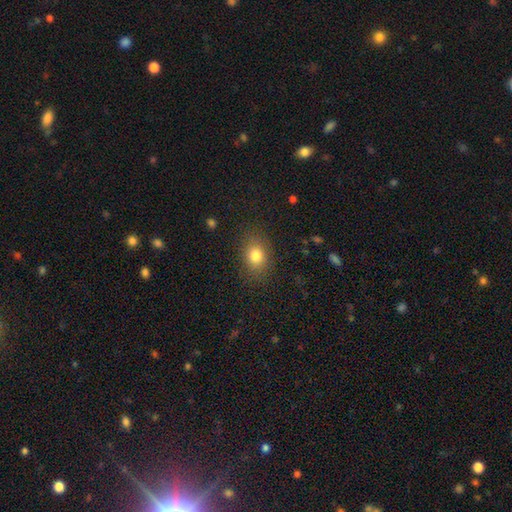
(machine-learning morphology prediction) This is clearly a smooth galaxy (80%). How rounded: likely in between (61%). Merging: clearly none (84%).